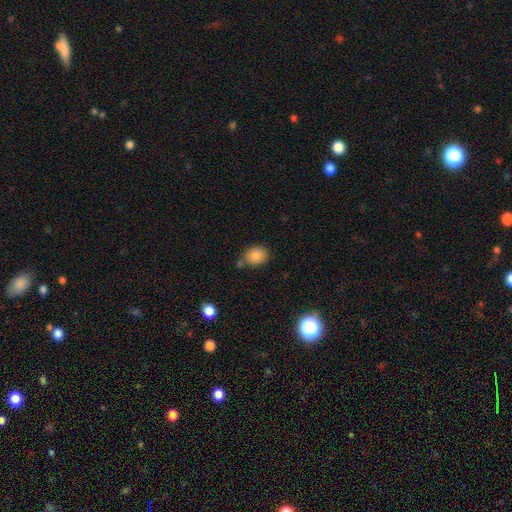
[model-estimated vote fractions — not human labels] Q: Smooth or featured?
A: smooth (85%); runner-up: star or artifact (9%)
Q: How rounded?
A: round (52%); runner-up: in between (47%)
Q: Merging?
A: none (65%); runner-up: minor disturbance (17%)